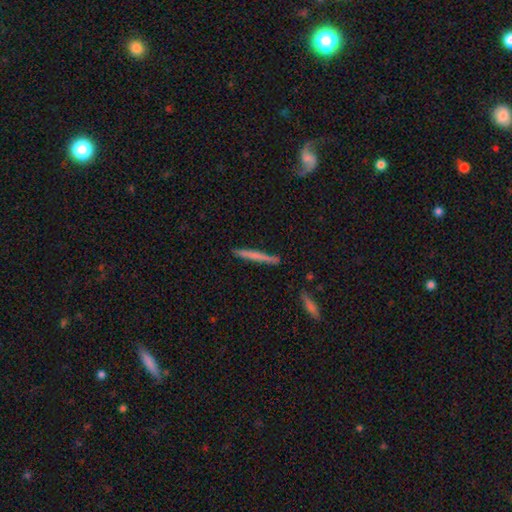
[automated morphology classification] Overall: smooth (58%; featured or disk 36%). How rounded: cigar-shaped (96%). Merging: none (86%).